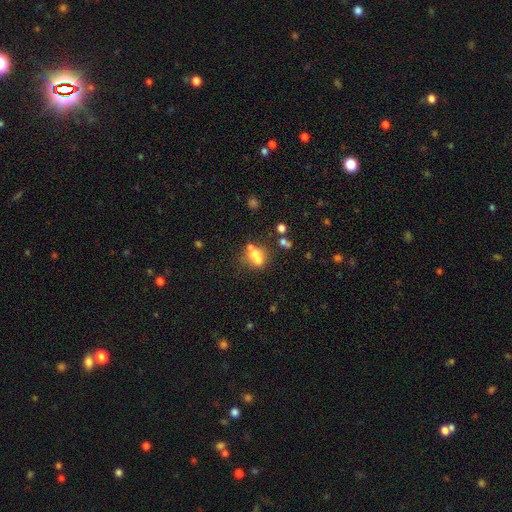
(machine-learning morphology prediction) Smooth or featured?
  - smooth: 58% *
  - featured or disk: 26%
  - star or artifact: 16%
How rounded?
  - in between: 51% *
  - round: 45%
  - cigar-shaped: 3%
Merging?
  - merger: 44% *
  - none: 35%
  - minor disturbance: 13%
  - major disturbance: 9%